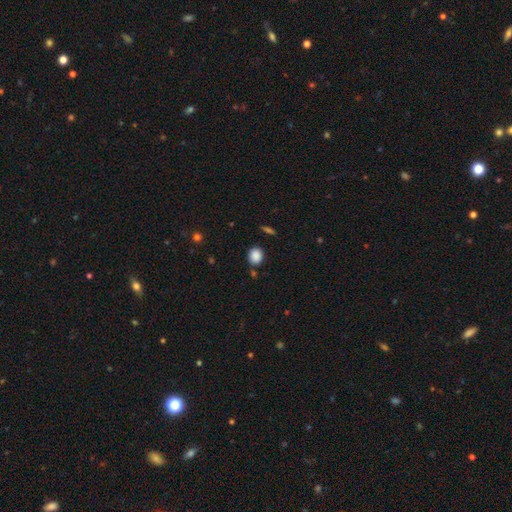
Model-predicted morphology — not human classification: This is clearly a smooth galaxy (87%). How rounded: likely round (67%). Merging: clearly none (81%).